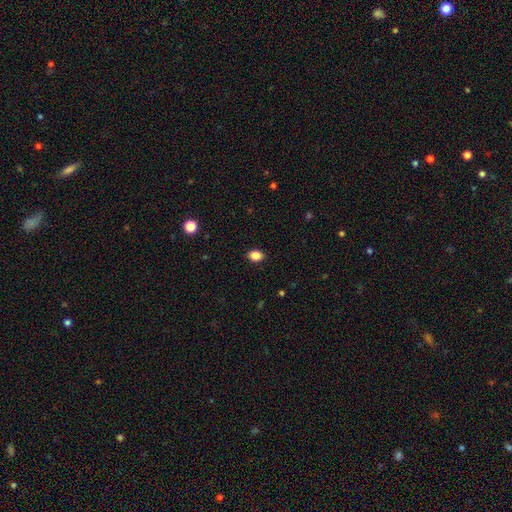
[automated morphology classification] Smooth or featured? smooth (87%)
How rounded? in between (70%)
Merging? none (90%)